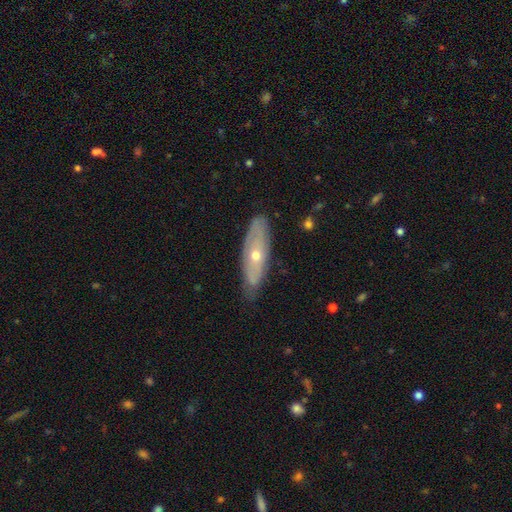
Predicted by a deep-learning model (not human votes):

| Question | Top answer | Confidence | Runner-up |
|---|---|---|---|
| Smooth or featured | featured or disk | 59% | smooth (33%) |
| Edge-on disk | no | 59% | yes (41%) |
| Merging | none | 79% | minor disturbance (17%) |